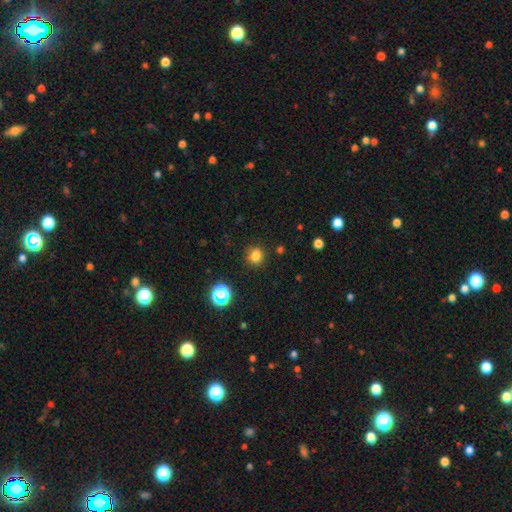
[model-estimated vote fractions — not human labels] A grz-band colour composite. It shows a smooth galaxy with no disk features (80%) that is round (82%). Merging: none (87%).